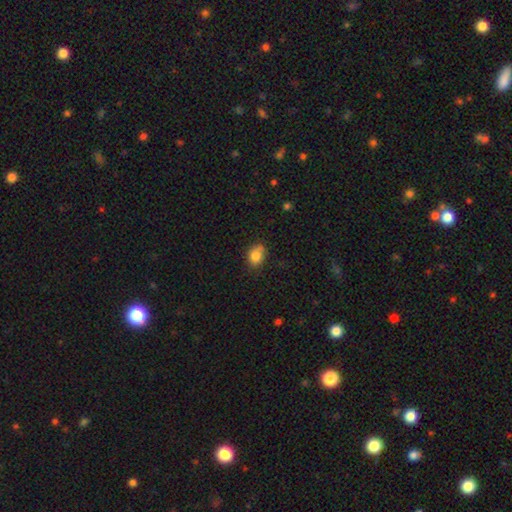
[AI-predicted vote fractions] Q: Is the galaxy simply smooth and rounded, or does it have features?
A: smooth — 83%.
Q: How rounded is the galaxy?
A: in between — 60%.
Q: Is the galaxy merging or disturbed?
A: none — 65%.